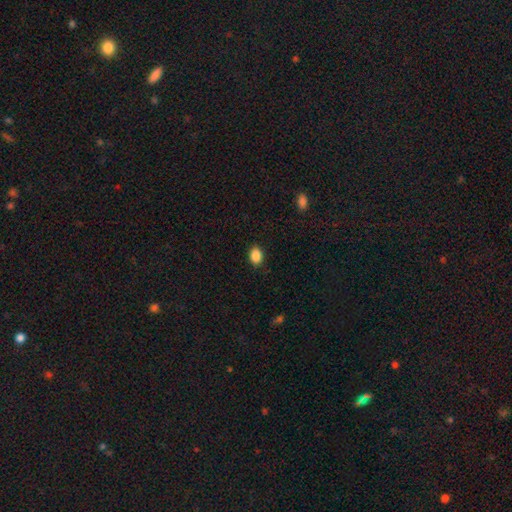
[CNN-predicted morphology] Smooth or featured: smooth — 88% (star or artifact — 9%)
How rounded: in between — 71% (round — 28%)
Merging: none — 88% (minor disturbance — 9%)